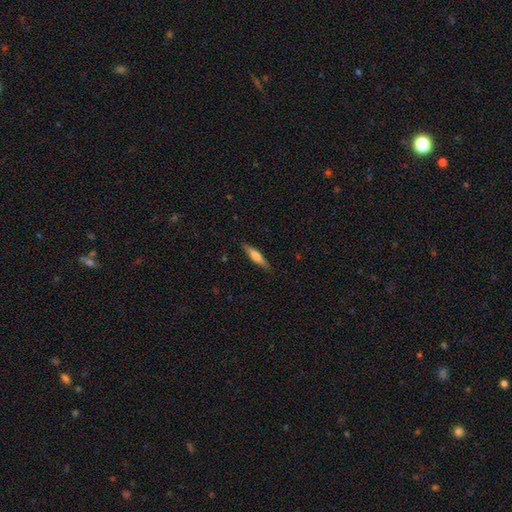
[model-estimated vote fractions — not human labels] Overall: smooth (59%; featured or disk 35%). How rounded: cigar-shaped (84%). Merging: none (88%).